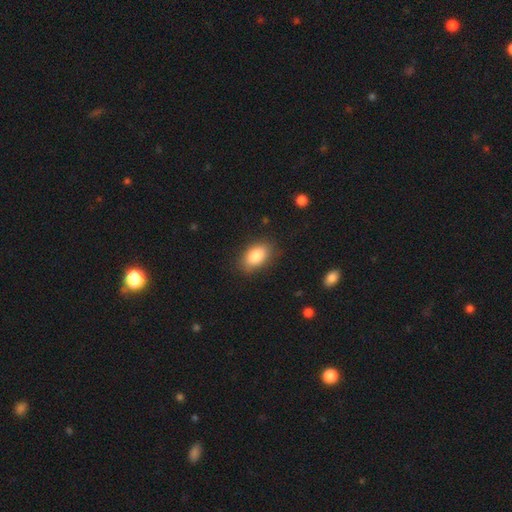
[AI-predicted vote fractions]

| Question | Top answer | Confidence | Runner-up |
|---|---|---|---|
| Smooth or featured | smooth | 85% | featured or disk (7%) |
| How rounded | in between | 91% | round (7%) |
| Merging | none | 84% | minor disturbance (12%) |